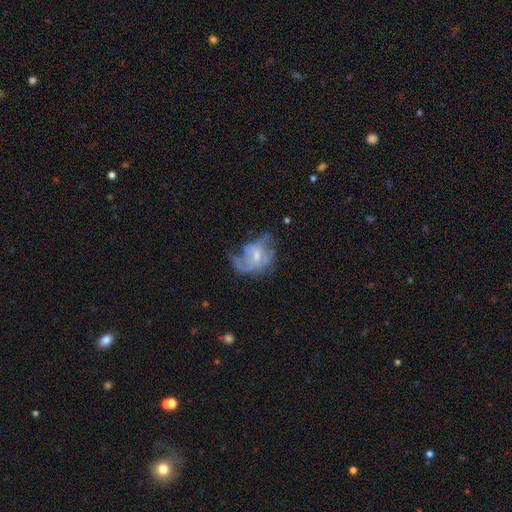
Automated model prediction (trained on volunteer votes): A featured or disk galaxy (66%) with no bar (50%), spiral arms (64%) and a small central bulge (42%).

Vote fractions:
- Smooth or featured? featured or disk: 66% / smooth: 25% / star or artifact: 9%
- Edge-on disk? no: 97% / yes: 3%
- Bar? no: 50% / weak: 43% / strong: 7%
- Spiral arms? yes: 64% / no: 36%
- Bulge size? small: 42% / moderate: 41% / none: 12% / large: 4% / dominant: 1%
- Merging? major disturbance: 39% / none: 33% / minor disturbance: 24% / merger: 3%